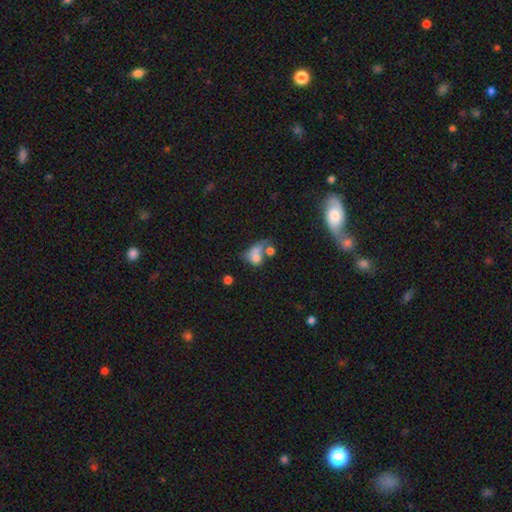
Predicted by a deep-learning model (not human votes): Morphology: type=smooth (64%); roundness=in between (59%); merging=merger (52%).